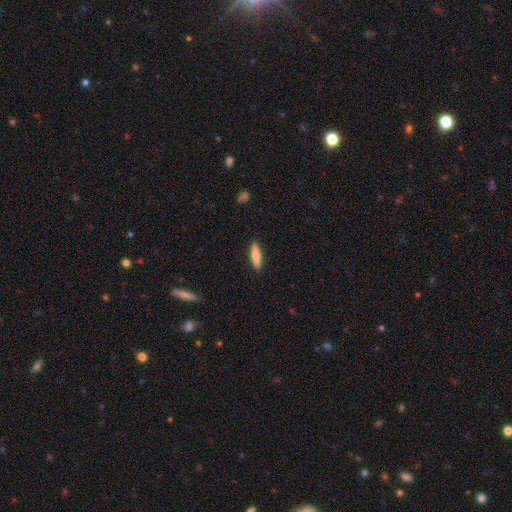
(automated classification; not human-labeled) smooth 75%, featured or disk 19%, star or artifact 6%. Down the decision tree: how rounded — cigar-shaped (75%); merging — none (90%).